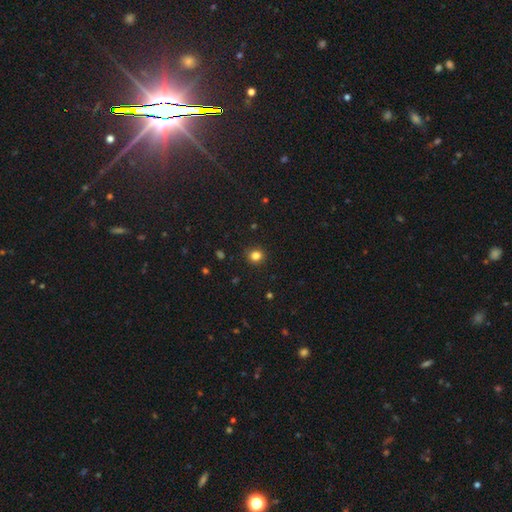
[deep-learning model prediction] This appears to be a smooth galaxy with no disk features (82%) that is round (85%). Merging: none (90%).